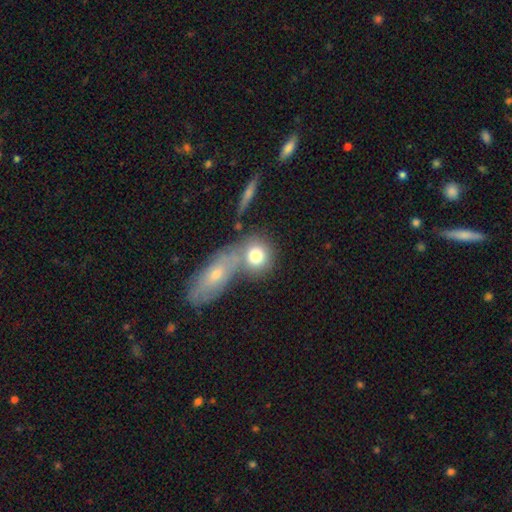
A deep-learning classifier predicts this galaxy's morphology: A smooth galaxy with no disk features (75%) that is round (73%).

Vote fractions:
- Smooth or featured? smooth: 75% / featured or disk: 16% / star or artifact: 9%
- How rounded? round: 73% / in between: 23% / cigar-shaped: 4%
- Merging? none: 47% / merger: 38% / minor disturbance: 10% / major disturbance: 5%